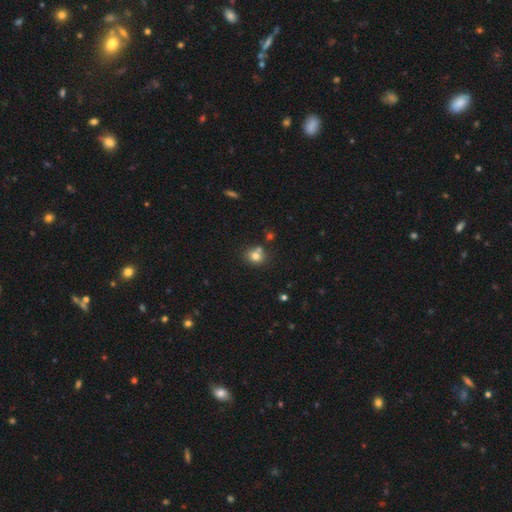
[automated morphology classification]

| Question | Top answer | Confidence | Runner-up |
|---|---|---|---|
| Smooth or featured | smooth | 76% | star or artifact (14%) |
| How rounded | round | 77% | in between (23%) |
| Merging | none | 60% | merger (25%) |